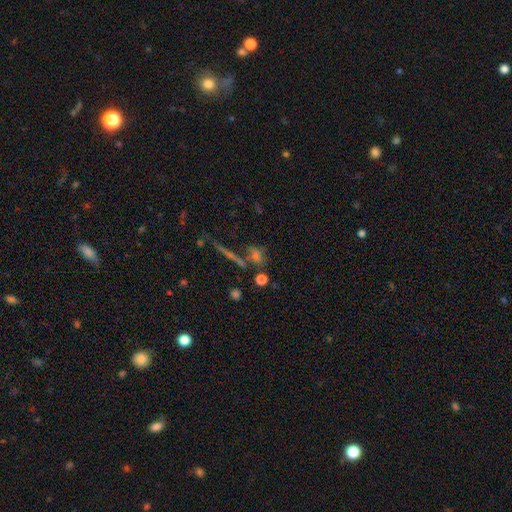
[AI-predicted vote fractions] smooth_or_featured: smooth (p=0.46) [alt: featured or disk p=0.27]
merging: none (p=0.61) [alt: merger p=0.18]